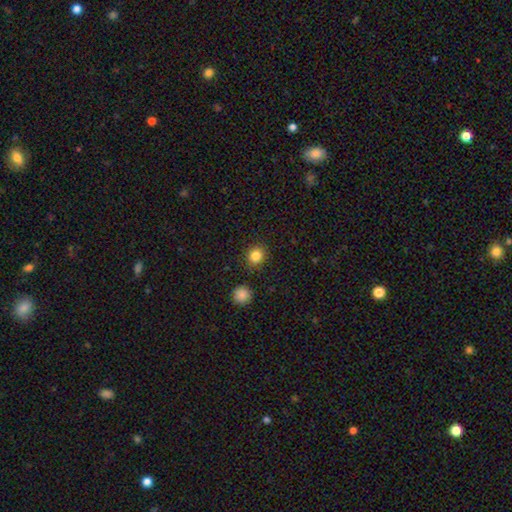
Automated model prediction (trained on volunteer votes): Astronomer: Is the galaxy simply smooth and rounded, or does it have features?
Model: smooth — 84%.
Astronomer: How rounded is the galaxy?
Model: round — 80%.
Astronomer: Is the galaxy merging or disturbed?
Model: none — 89%.